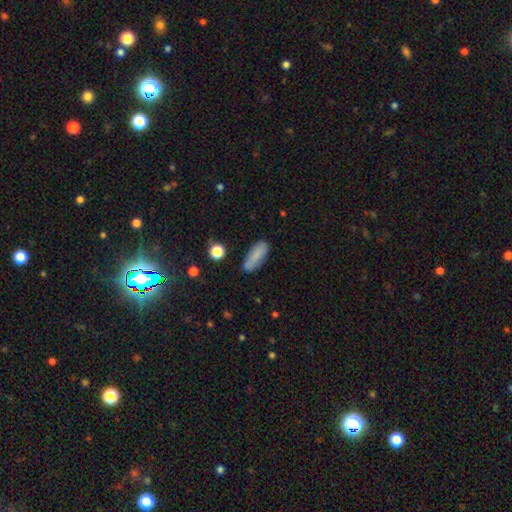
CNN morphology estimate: Q: Smooth or featured?
A: smooth (82%); runner-up: featured or disk (10%)
Q: How rounded?
A: in between (64%); runner-up: cigar-shaped (33%)
Q: Merging?
A: none (72%); runner-up: minor disturbance (19%)